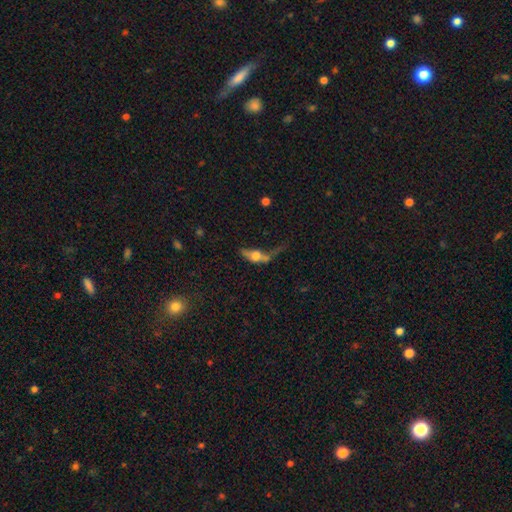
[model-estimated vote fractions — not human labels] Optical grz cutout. It shows a smooth galaxy with no disk features (48%). Merging: major disturbance (42%).